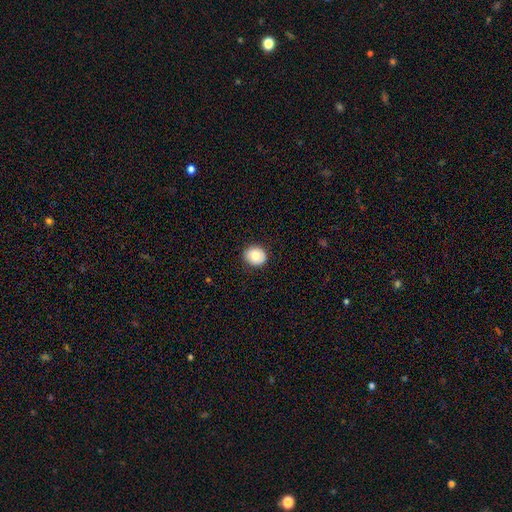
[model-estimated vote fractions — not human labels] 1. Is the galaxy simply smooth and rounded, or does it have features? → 83% smooth, 9% featured or disk, 8% star or artifact.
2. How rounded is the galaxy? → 76% round, 23% in between, 1% cigar-shaped.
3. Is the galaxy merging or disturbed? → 88% none, 9% minor disturbance, 2% major disturbance, 1% merger.